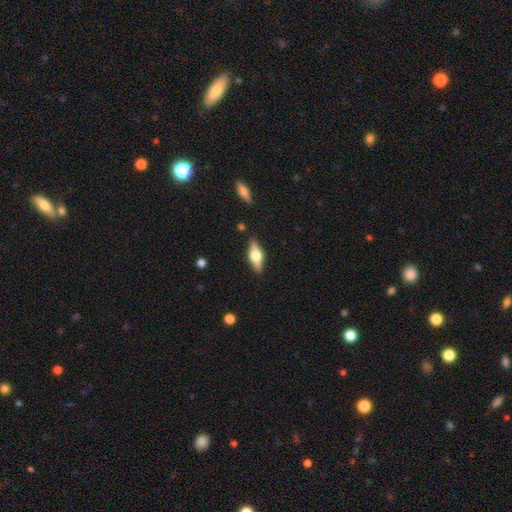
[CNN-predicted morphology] A featured or disk galaxy (61%) viewed edge-on (95%) with a rounded central bulge (94%). Merging: none (87%).